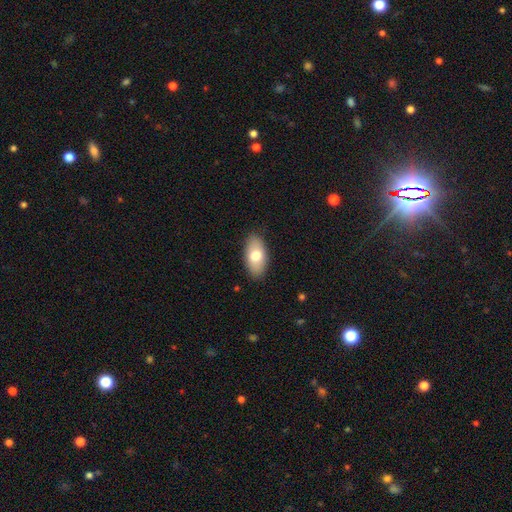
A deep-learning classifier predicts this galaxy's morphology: Smooth or featured? smooth (74%)
How rounded? in between (92%)
Merging? none (87%)